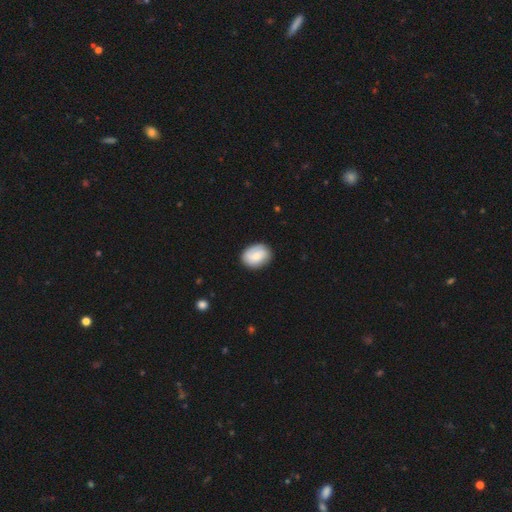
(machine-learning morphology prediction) type=smooth (73%); roundness=in between (59%); merging=none (82%).